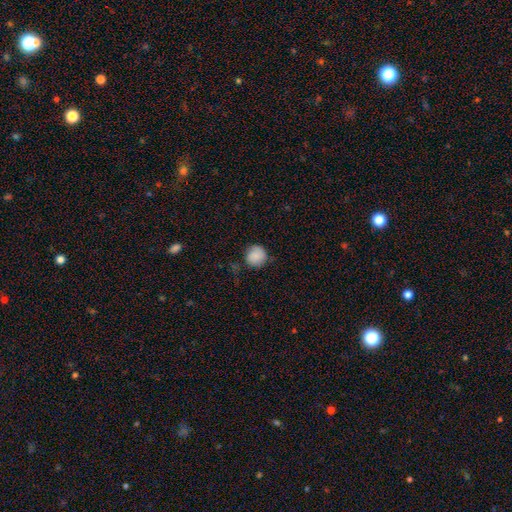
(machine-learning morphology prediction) type=smooth (86%); roundness=round (90%); merging=none (72%).